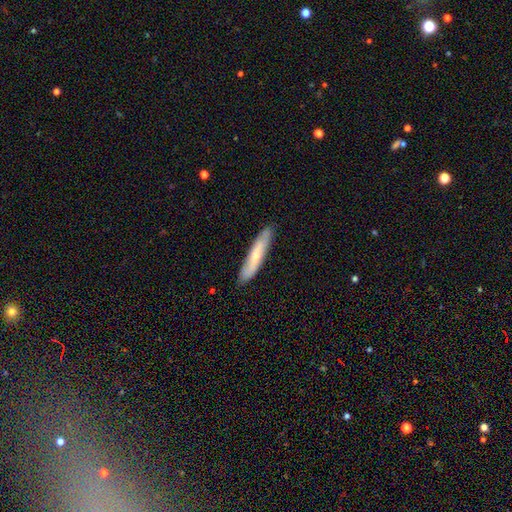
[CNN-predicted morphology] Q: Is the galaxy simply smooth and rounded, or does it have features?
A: smooth — 58%.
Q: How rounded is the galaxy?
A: cigar-shaped — 88%.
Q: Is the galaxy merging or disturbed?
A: none — 87%.